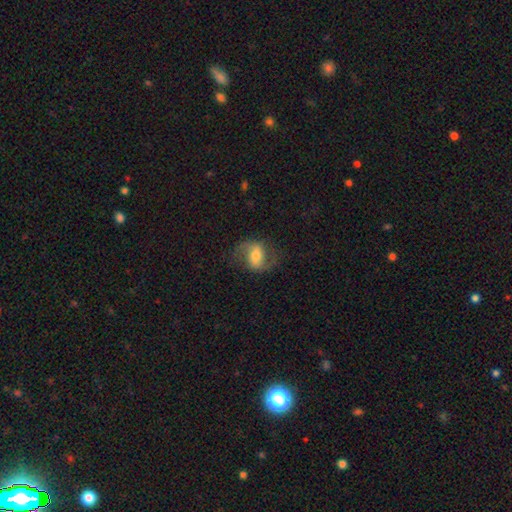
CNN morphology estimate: Smooth or featured? featured or disk (70%)
Edge-on disk? no (97%)
Bar? weak (44%)
Spiral arms? yes (91%)
Spiral winding? loose (46%)
Spiral arm count? 2 (91%)
Bulge size? moderate (58%)
Merging? none (73%)